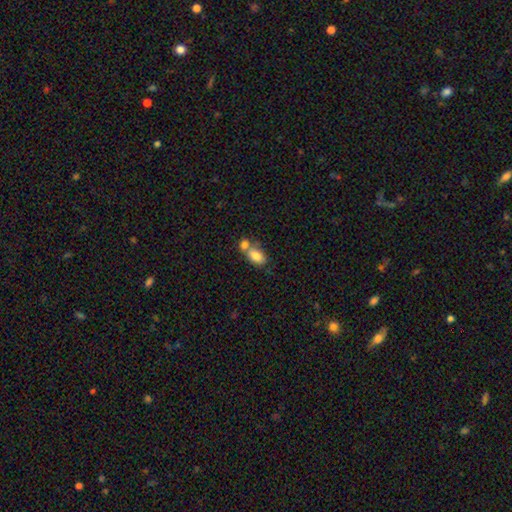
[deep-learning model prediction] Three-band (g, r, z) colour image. It shows a smooth galaxy with no disk features (82%) that is in between round and cigar-shaped (88%). Merging: merger (48%).